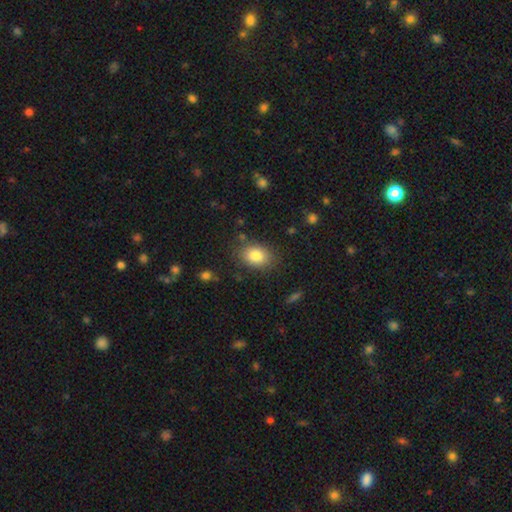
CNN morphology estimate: The model was most divided on "how rounded": in between: 71%, round: 28%, cigar-shaped: 1%. More confident: smooth or featured — smooth (83%); merging — none (81%).